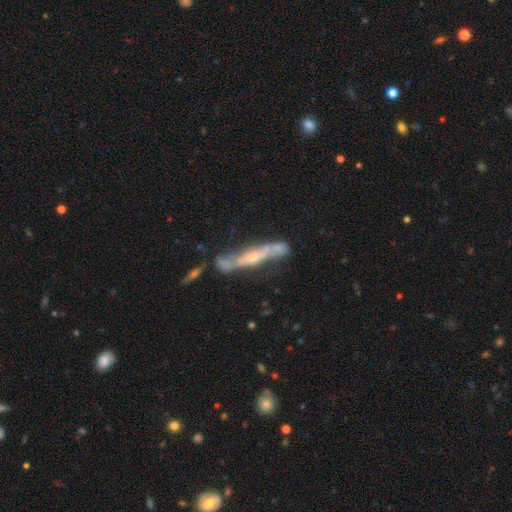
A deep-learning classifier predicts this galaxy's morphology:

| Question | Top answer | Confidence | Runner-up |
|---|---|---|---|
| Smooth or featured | featured or disk | 75% | smooth (18%) |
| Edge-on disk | yes | 71% | no (29%) |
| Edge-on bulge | rounded | 56% | none (33%) |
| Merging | none | 57% | minor disturbance (22%) |